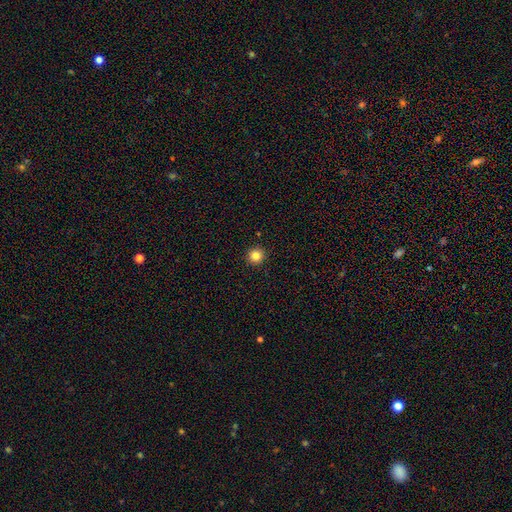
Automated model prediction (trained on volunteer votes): This appears to be a smooth galaxy with no disk features (83%) that is round (96%). Merging: none (93%).